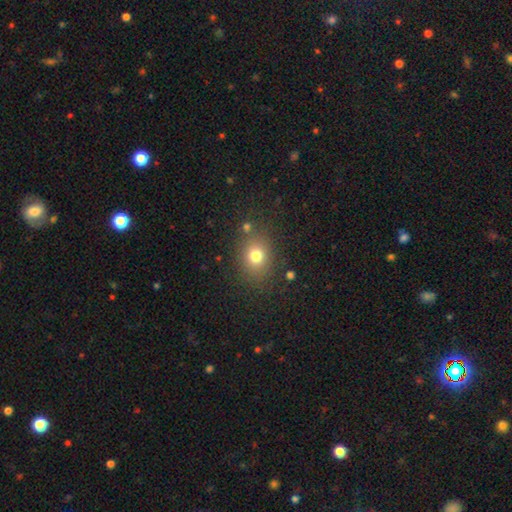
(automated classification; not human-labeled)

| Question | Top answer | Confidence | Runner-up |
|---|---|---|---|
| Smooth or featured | smooth | 76% | star or artifact (14%) |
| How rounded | round | 56% | in between (43%) |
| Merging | none | 80% | minor disturbance (11%) |